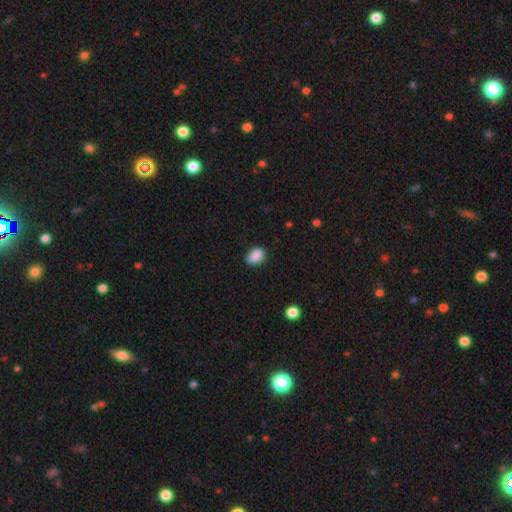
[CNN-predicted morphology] This appears to be a smooth galaxy with no disk features (88%) that is in between round and cigar-shaped (80%). Merging: none (79%).